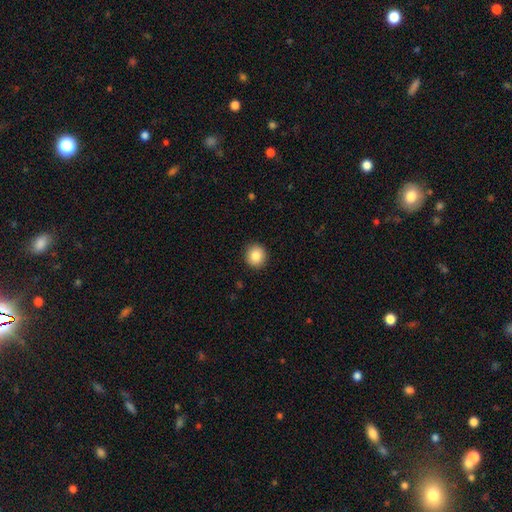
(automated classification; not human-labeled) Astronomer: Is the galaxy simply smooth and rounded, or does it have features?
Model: smooth — 85%.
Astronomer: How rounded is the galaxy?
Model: round — 91%.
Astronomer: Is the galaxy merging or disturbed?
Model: none — 92%.